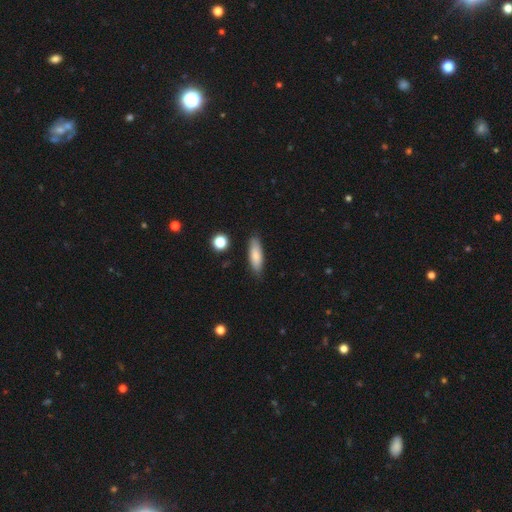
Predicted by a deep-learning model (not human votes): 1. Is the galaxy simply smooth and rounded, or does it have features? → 78% smooth, 15% featured or disk, 7% star or artifact.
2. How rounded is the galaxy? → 55% in between, 43% cigar-shaped, 2% round.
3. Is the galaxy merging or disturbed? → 85% none, 12% minor disturbance, 2% major disturbance, 2% merger.